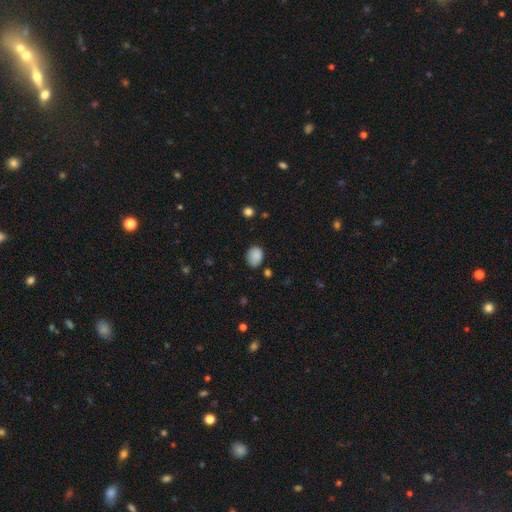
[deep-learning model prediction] Smooth or featured? Predicted: smooth (p=0.87). How rounded? Predicted: in between (p=0.52). Merging? Predicted: none (p=0.73).